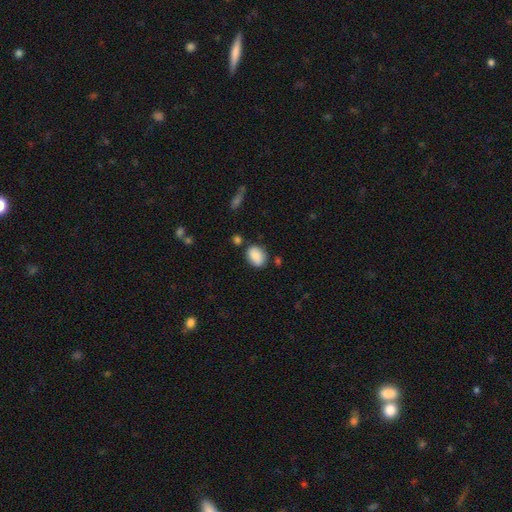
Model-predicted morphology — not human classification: Smooth or featured? Predicted: smooth (p=0.84). How rounded? Predicted: in between (p=0.71). Merging? Predicted: none (p=0.74).